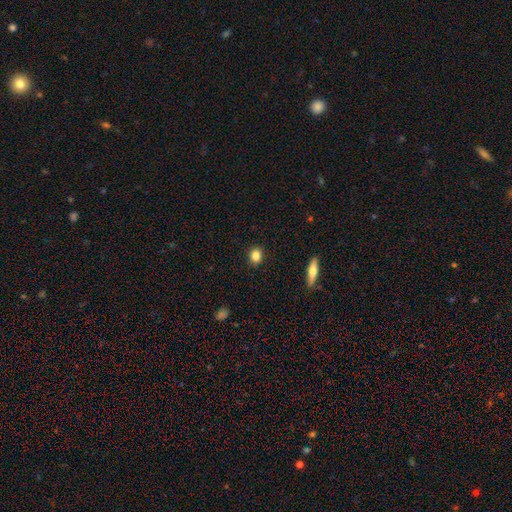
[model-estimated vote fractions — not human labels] Smooth or featured? smooth (84%)
How rounded? round (66%)
Merging? none (90%)